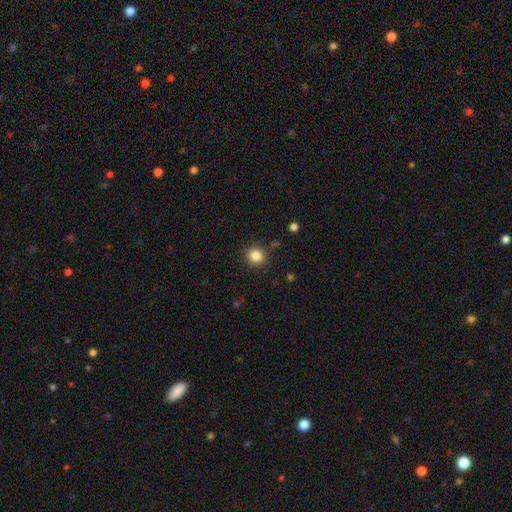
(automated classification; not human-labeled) Overall: smooth (84%). How rounded: round (88%). Merging: none (88%).